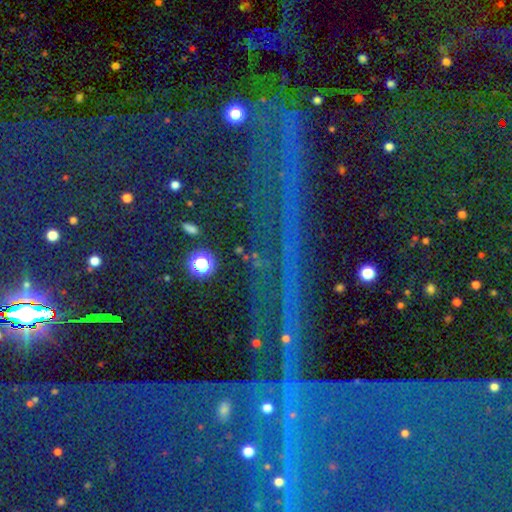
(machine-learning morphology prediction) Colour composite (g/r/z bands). It shows a star or artifact, not a galaxy (74%).